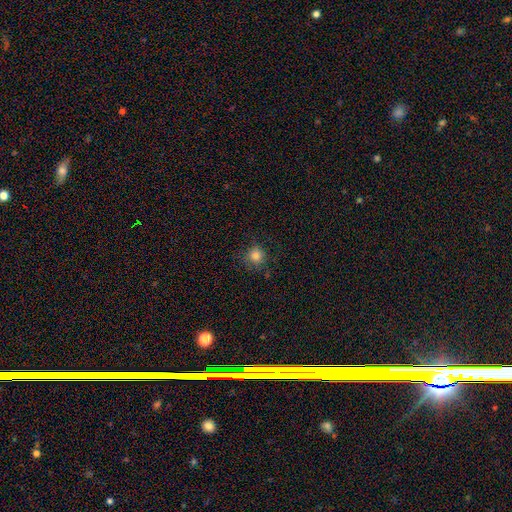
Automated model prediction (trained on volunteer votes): smooth 81%, star or artifact 13%, featured or disk 6%. Down the decision tree: how rounded — round (90%); merging — none (79%).